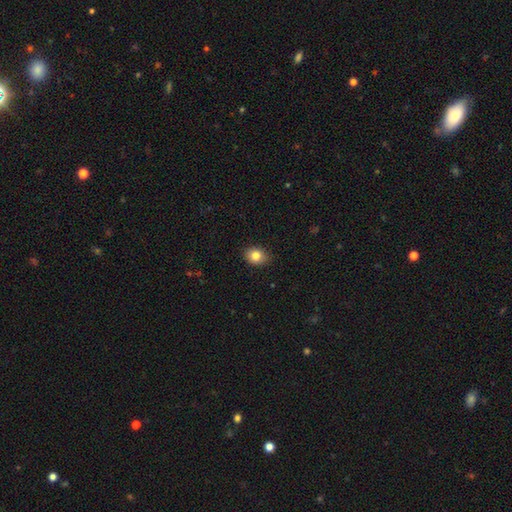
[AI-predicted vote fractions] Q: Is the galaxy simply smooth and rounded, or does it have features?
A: smooth — 82%.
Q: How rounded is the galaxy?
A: in between — 59%.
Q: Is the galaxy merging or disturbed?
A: none — 84%.